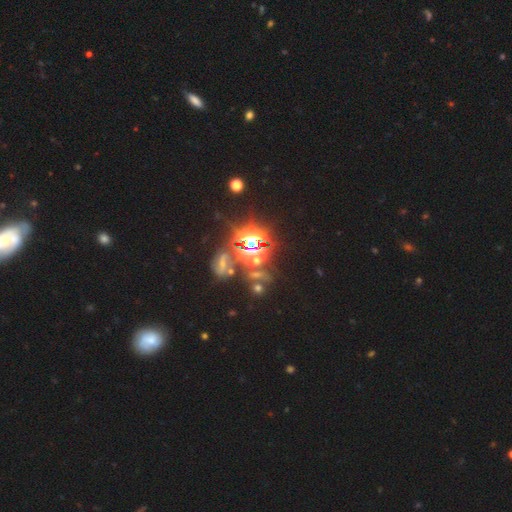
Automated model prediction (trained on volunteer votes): smooth-or-featured: star or artifact: 79% | smooth: 13% | featured or disk: 9%